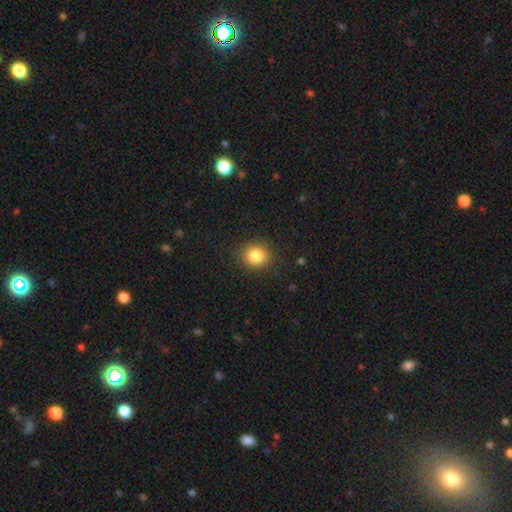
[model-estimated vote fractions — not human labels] The model was most divided on "how rounded": round: 85%, in between: 14%, cigar-shaped: 1%. More confident: merging — none (88%); smooth or featured — smooth (84%).